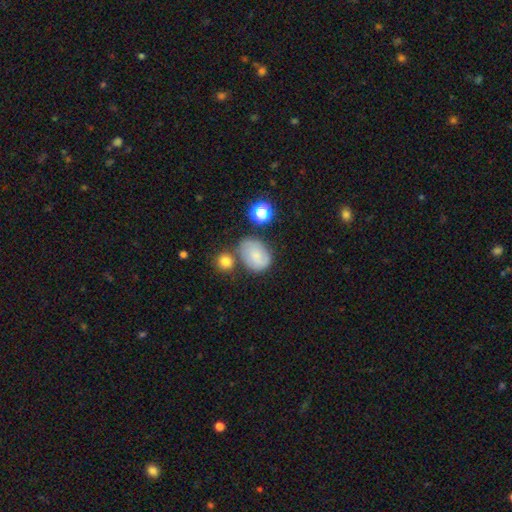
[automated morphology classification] Smooth or featured?
  - smooth: 67% *
  - featured or disk: 22%
  - star or artifact: 11%
How rounded?
  - in between: 68% *
  - round: 31%
  - cigar-shaped: 1%
Merging?
  - none: 55% *
  - minor disturbance: 23%
  - merger: 14%
  - major disturbance: 8%